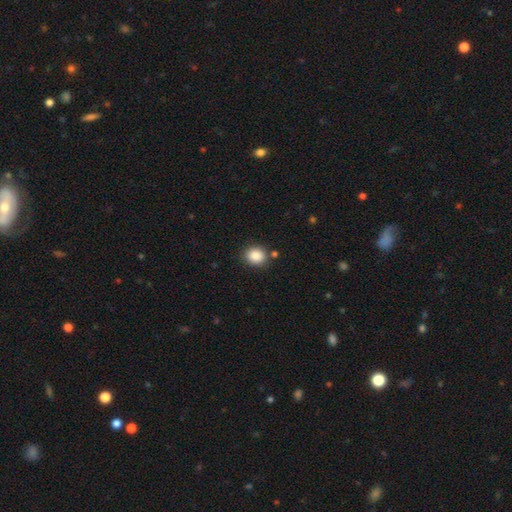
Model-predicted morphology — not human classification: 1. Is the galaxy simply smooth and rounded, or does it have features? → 88% smooth, 9% star or artifact, 4% featured or disk.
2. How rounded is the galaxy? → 64% round, 35% in between, 1% cigar-shaped.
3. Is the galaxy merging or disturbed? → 82% none, 10% minor disturbance, 5% merger, 3% major disturbance.